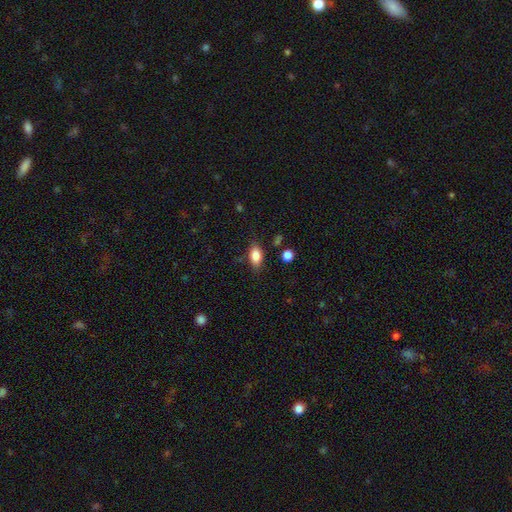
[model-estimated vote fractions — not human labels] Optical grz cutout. It shows a smooth galaxy with no disk features (82%) that is in between round and cigar-shaped (86%). Merging: none (79%).